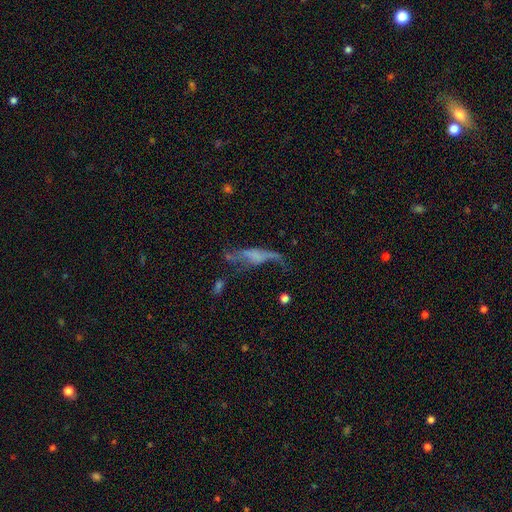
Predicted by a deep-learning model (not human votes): Morphology: type=featured or disk (51%); edge-on=no (59%); merging=major disturbance (40%).